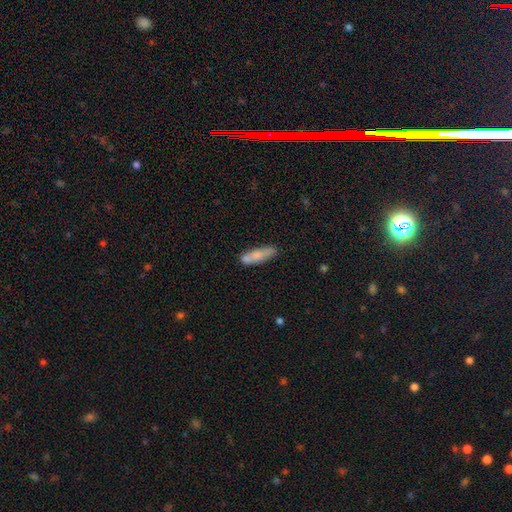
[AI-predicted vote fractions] Q: Smooth or featured?
A: smooth (71%); runner-up: featured or disk (22%)
Q: How rounded?
A: cigar-shaped (62%); runner-up: in between (36%)
Q: Merging?
A: none (67%); runner-up: minor disturbance (17%)